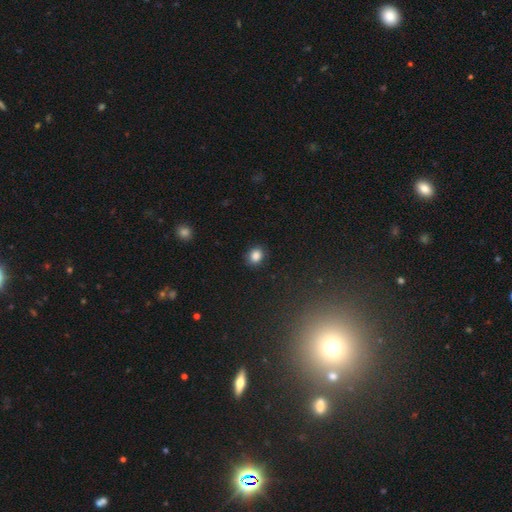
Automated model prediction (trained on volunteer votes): smooth-or-featured: smooth: 86% | star or artifact: 10% | featured or disk: 4%
  how-rounded: round: 53% | in between: 46% | cigar-shaped: 1%
  merging: none: 88% | minor disturbance: 9% | major disturbance: 2% | merger: 1%